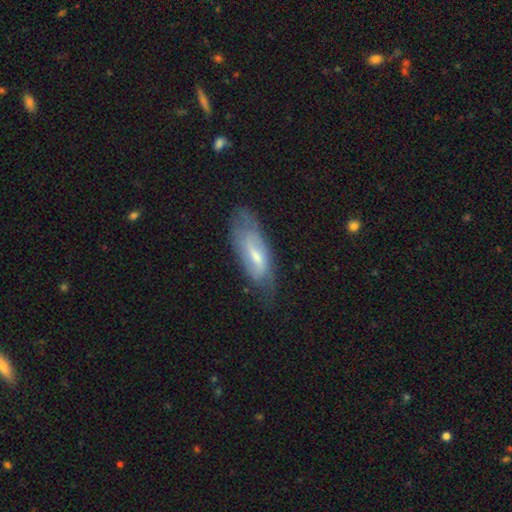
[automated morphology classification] The model was most divided on "smooth or featured": featured or disk: 55%, smooth: 38%, star or artifact: 7%. More confident: edge-on disk — no (78%); merging — none (64%).